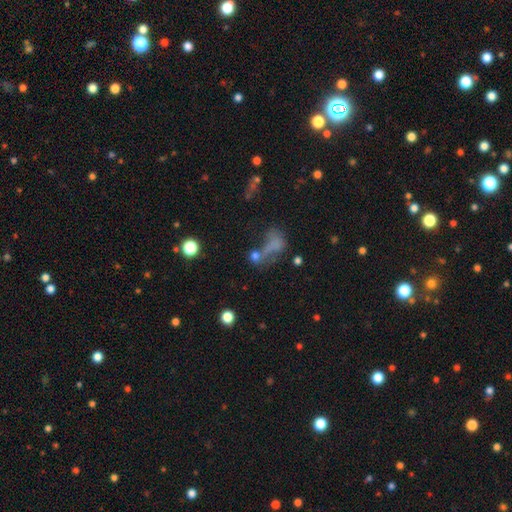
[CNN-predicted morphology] Smooth or featured?
  - smooth: 46% *
  - star or artifact: 33%
  - featured or disk: 21%
Merging?
  - none: 35% *
  - merger: 31%
  - major disturbance: 20%
  - minor disturbance: 13%